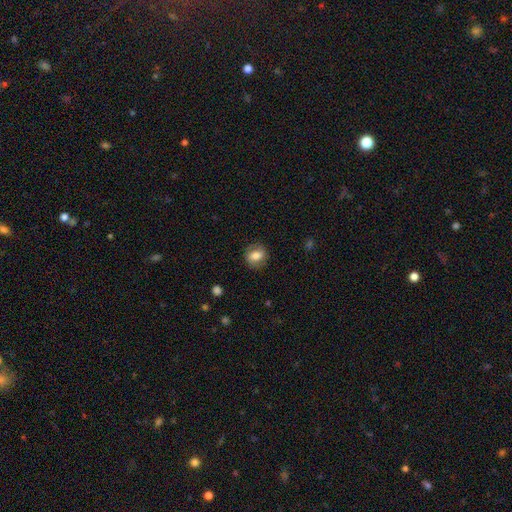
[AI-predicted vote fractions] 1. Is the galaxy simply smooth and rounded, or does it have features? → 68% smooth, 24% featured or disk, 8% star or artifact.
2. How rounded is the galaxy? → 51% round, 47% in between, 2% cigar-shaped.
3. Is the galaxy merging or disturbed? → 80% none, 14% minor disturbance, 5% major disturbance, 1% merger.